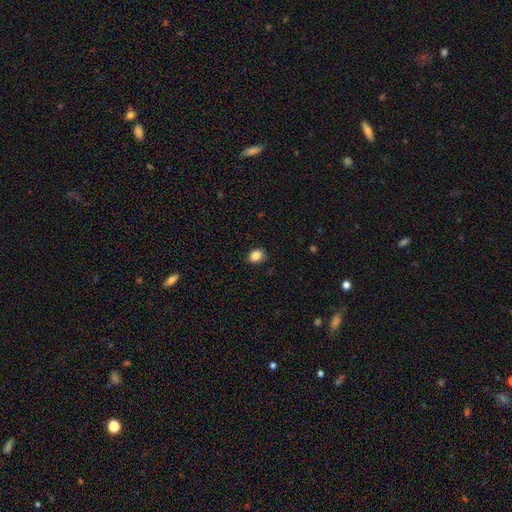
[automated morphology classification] Smooth or featured: smooth — 87% (star or artifact — 9%)
How rounded: in between — 56% (round — 43%)
Merging: none — 86% (minor disturbance — 10%)